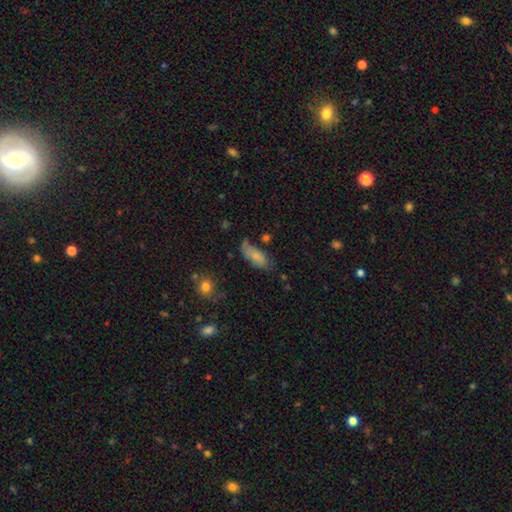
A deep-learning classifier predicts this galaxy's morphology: Smooth or featured? Predicted: smooth (p=0.77). How rounded? Predicted: in between (p=0.83). Merging? Predicted: none (p=0.54).